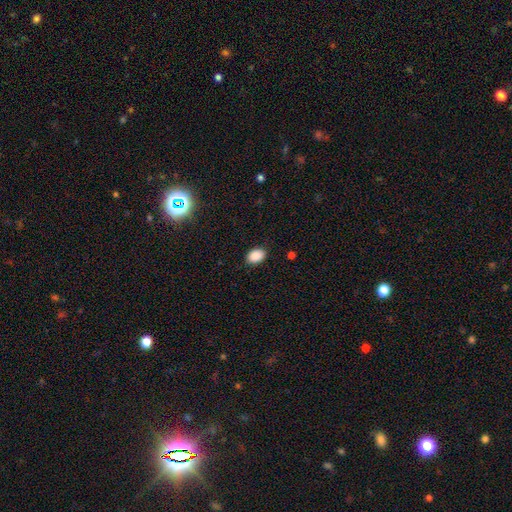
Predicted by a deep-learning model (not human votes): Smooth or featured?
  - smooth: 89% *
  - star or artifact: 8%
  - featured or disk: 3%
How rounded?
  - in between: 82% *
  - round: 17%
  - cigar-shaped: 1%
Merging?
  - none: 87% *
  - minor disturbance: 10%
  - major disturbance: 2%
  - merger: 1%